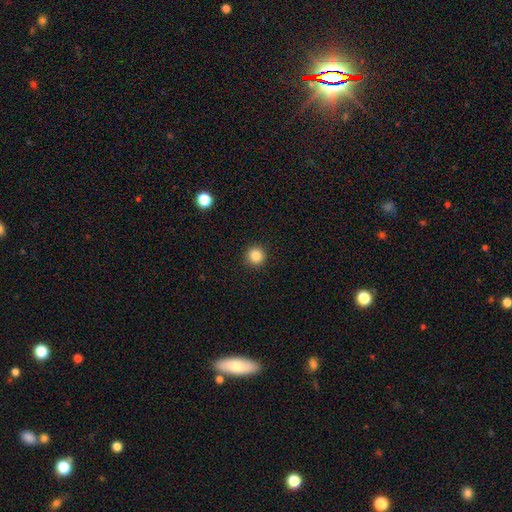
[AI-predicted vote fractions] smooth_or_featured: smooth (p=0.85) [alt: star or artifact p=0.11]
how_rounded: round (p=0.95) [alt: in between p=0.04]
merging: none (p=0.93) [alt: minor disturbance p=0.04]